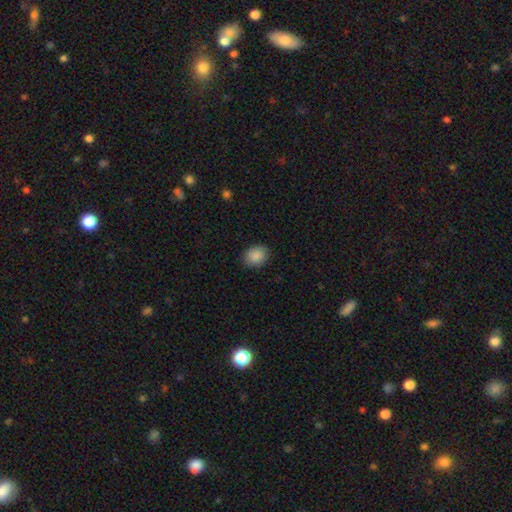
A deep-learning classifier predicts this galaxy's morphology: This is clearly a smooth galaxy (89%). How rounded: possibly in between (55%). Merging: clearly none (88%).